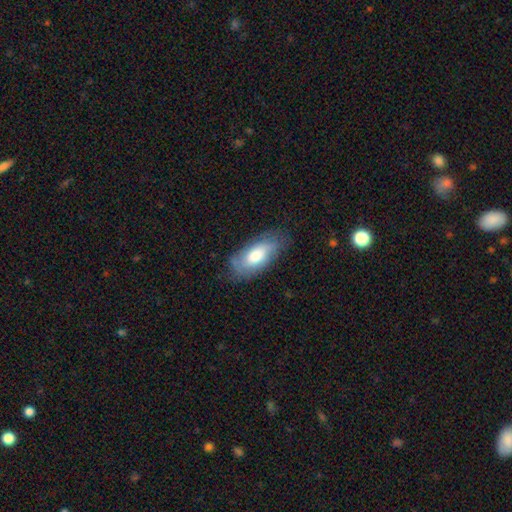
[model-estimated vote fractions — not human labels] This is likely a smooth galaxy (66%). How rounded: clearly in between (86%). Merging: likely none (69%).